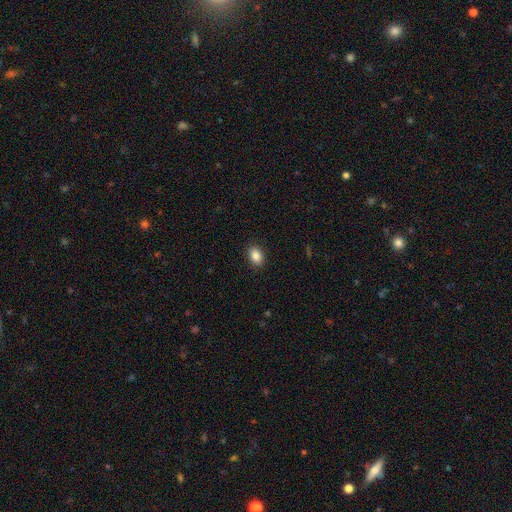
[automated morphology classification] The model was most divided on "how rounded": in between: 83%, round: 15%, cigar-shaped: 1%. More confident: merging — none (90%); smooth or featured — smooth (87%).